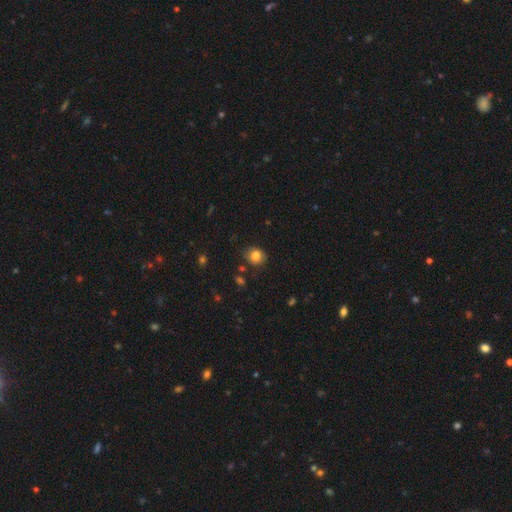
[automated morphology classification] smooth 82%, star or artifact 10%, featured or disk 8%. Down the decision tree: how rounded — round (64%); merging — none (81%).